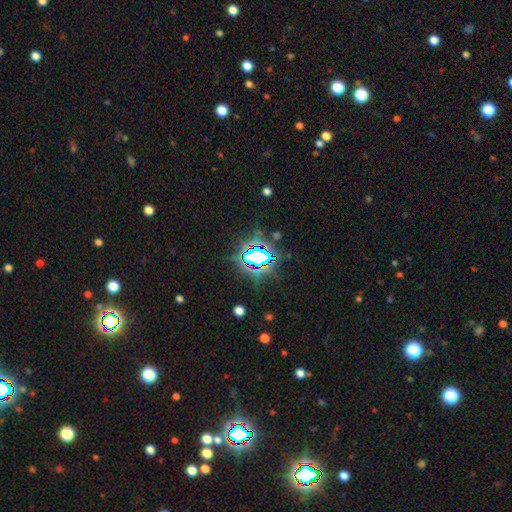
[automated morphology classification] Q: Smooth or featured?
A: star or artifact (72%); runner-up: smooth (16%)